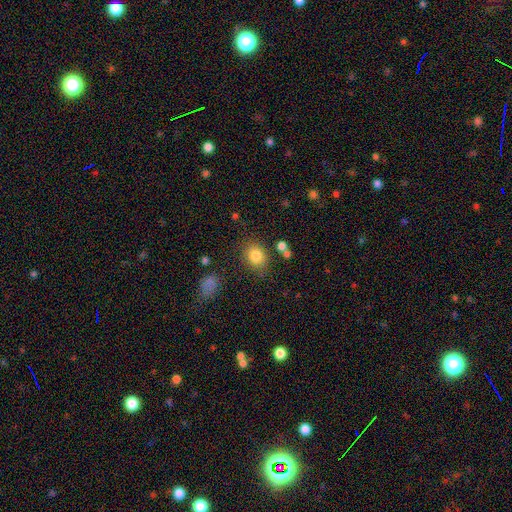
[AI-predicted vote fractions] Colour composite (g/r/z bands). It shows a smooth galaxy with no disk features (83%) that is round (51%). Merging: none (75%).